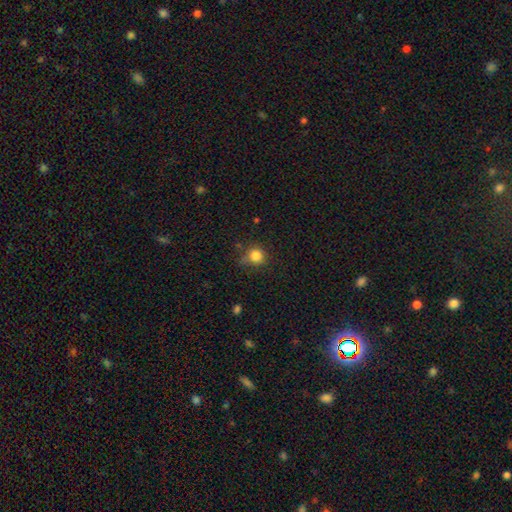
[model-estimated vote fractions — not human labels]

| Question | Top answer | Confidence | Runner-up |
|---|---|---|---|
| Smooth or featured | smooth | 83% | star or artifact (12%) |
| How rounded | round | 90% | in between (9%) |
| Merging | none | 71% | minor disturbance (19%) |